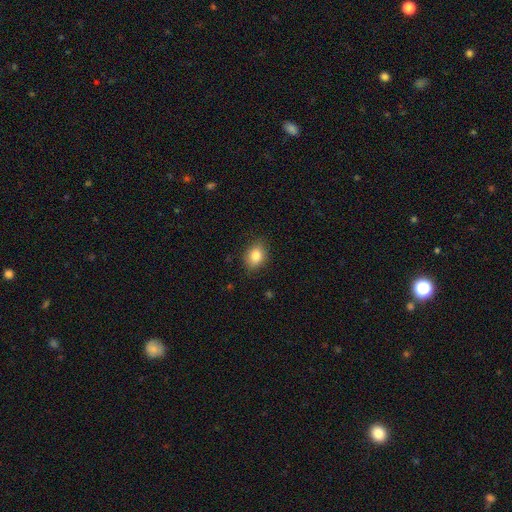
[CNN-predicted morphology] Q: Smooth or featured?
A: smooth (84%); runner-up: star or artifact (9%)
Q: How rounded?
A: in between (66%); runner-up: round (32%)
Q: Merging?
A: none (84%); runner-up: minor disturbance (12%)